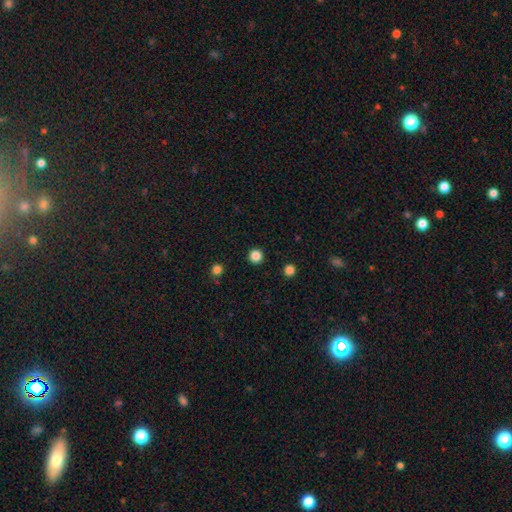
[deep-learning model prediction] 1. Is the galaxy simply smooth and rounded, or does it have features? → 84% smooth, 13% star or artifact, 3% featured or disk.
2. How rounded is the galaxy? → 96% round, 3% in between, 1% cigar-shaped.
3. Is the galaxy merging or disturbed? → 93% none, 4% minor disturbance, 2% major disturbance, 1% merger.